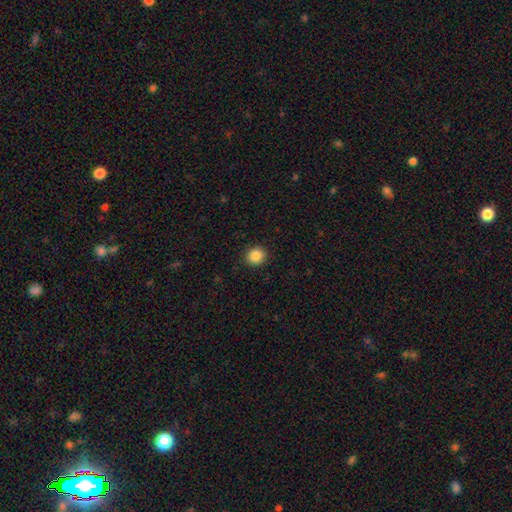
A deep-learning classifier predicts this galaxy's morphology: Smooth or featured?
  - smooth: 87% *
  - star or artifact: 10%
  - featured or disk: 3%
How rounded?
  - round: 87% *
  - in between: 12%
  - cigar-shaped: 1%
Merging?
  - none: 92% *
  - minor disturbance: 6%
  - major disturbance: 2%
  - merger: 1%